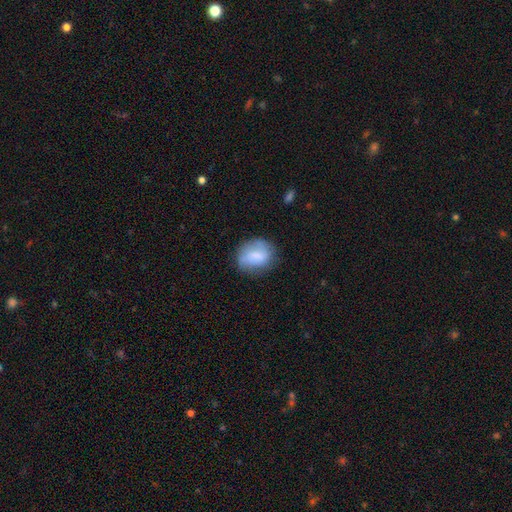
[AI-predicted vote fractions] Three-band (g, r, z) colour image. It shows a smooth galaxy with no disk features (71%) that is in between round and cigar-shaped (52%). Merging: none (65%).